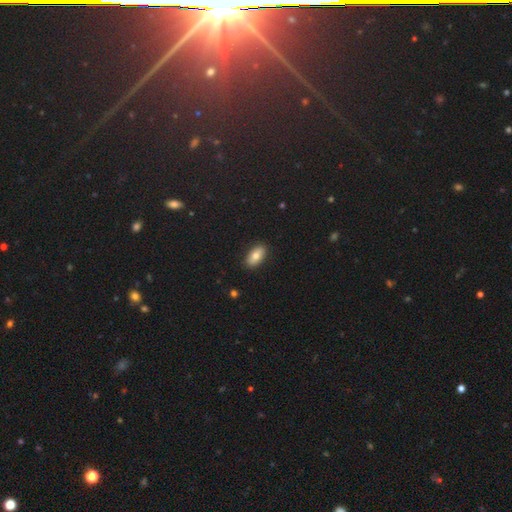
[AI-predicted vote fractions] Smooth or featured: smooth — 79% (featured or disk — 13%)
How rounded: in between — 91% (cigar-shaped — 6%)
Merging: none — 88% (minor disturbance — 9%)